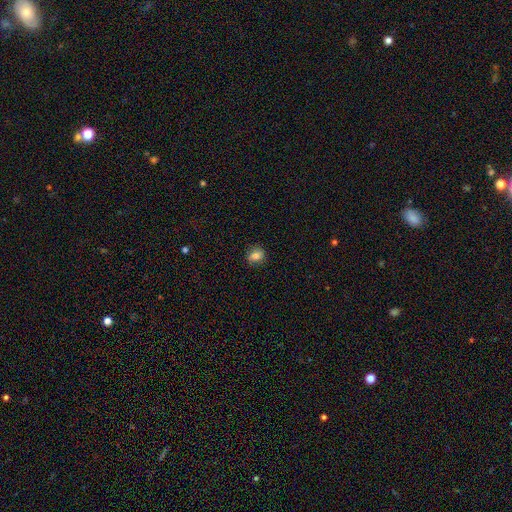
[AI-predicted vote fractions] A smooth galaxy with no disk features (81%) that is round (60%). Merging: none (84%).